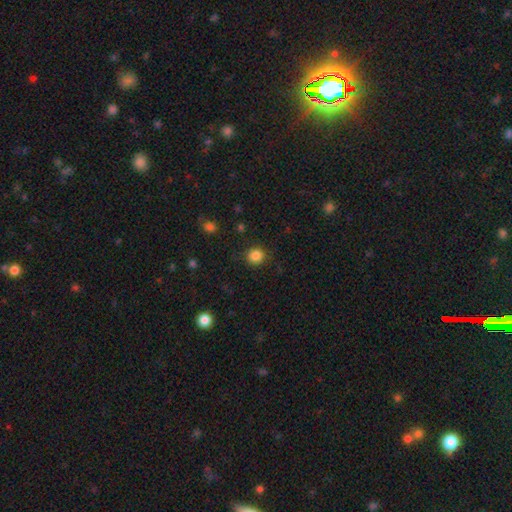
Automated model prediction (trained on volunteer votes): This is clearly a smooth galaxy (85%). How rounded: clearly round (90%). Merging: clearly none (88%).